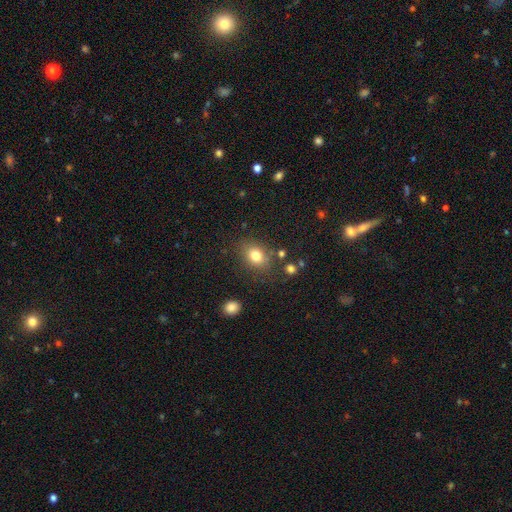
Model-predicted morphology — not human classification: smooth 80%, star or artifact 11%, featured or disk 9%. Down the decision tree: how rounded — in between (58%); merging — none (78%).